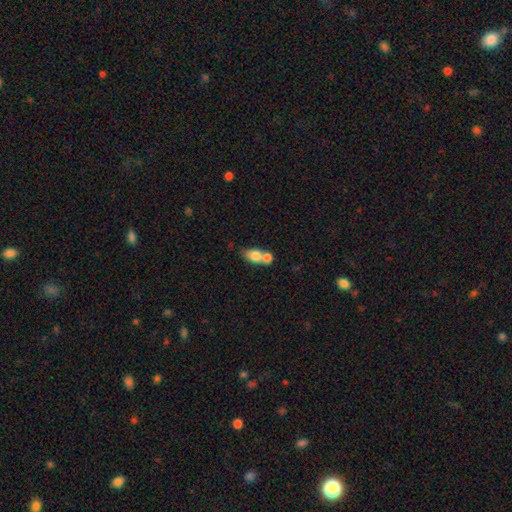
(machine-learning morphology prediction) smooth_or_featured: smooth (p=0.77) [alt: featured or disk p=0.15]
how_rounded: in between (p=0.72) [alt: round p=0.24]
merging: merger (p=0.64) [alt: none p=0.24]